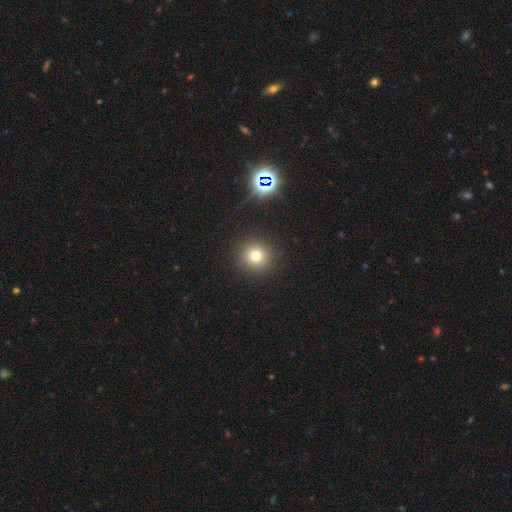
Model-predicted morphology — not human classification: Smooth or featured? Predicted: smooth (p=0.75). How rounded? Predicted: round (p=0.93). Merging? Predicted: none (p=0.89).